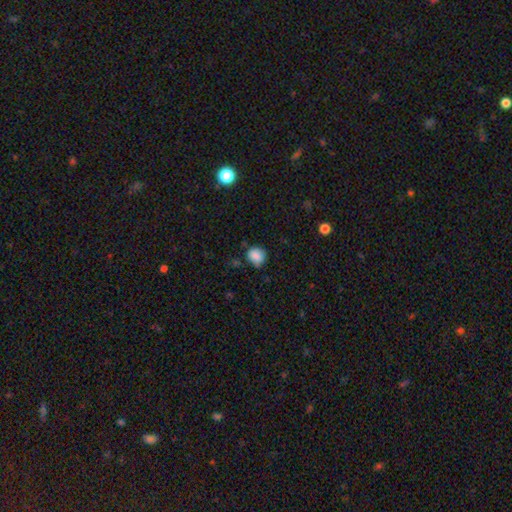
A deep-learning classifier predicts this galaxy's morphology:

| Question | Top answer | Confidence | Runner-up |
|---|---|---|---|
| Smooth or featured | smooth | 86% | star or artifact (9%) |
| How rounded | round | 78% | in between (21%) |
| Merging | none | 70% | minor disturbance (23%) |